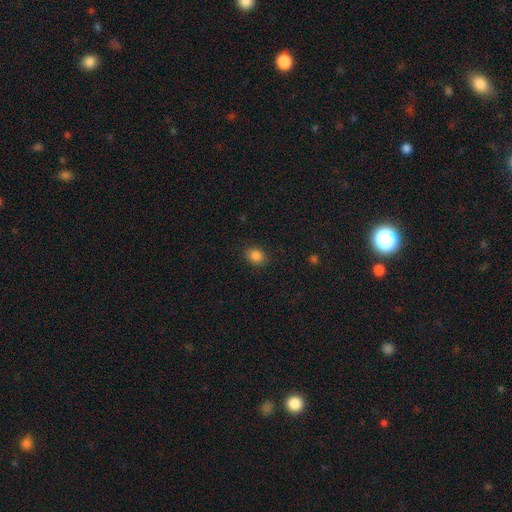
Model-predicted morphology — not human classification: This is clearly a smooth galaxy (85%). How rounded: possibly in between (50%). Merging: clearly none (86%).